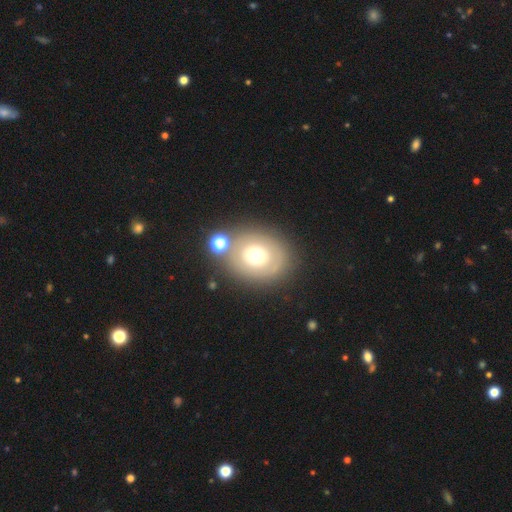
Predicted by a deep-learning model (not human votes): Morphology: type=smooth (58%); roundness=round (59%); merging=none (71%).